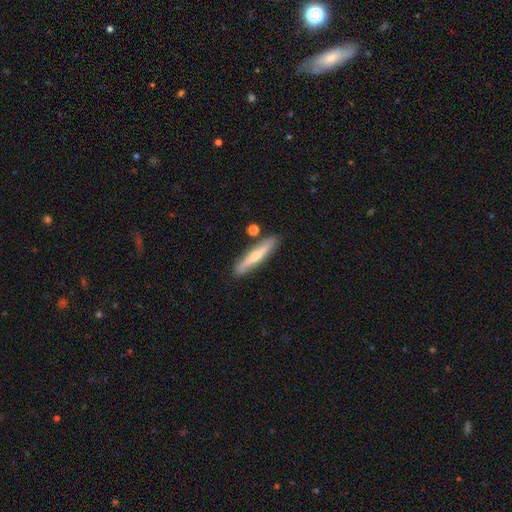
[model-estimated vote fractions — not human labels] A featured or disk galaxy (55%) viewed edge-on (82%).

Vote fractions:
- Smooth or featured? featured or disk: 55% / smooth: 39% / star or artifact: 6%
- Edge-on disk? yes: 82% / no: 18%
- Merging? none: 83% / minor disturbance: 11% / merger: 4% / major disturbance: 2%